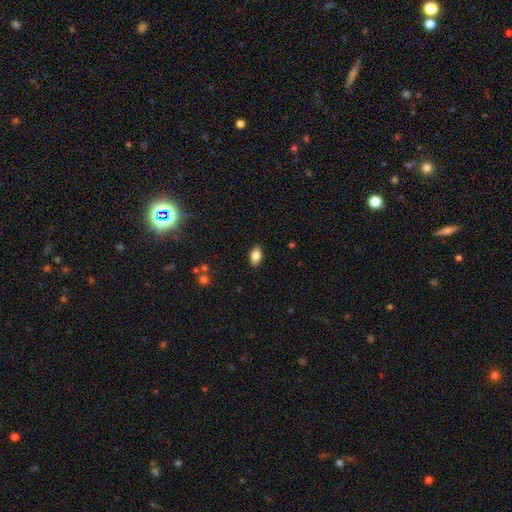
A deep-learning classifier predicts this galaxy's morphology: smooth-or-featured: smooth: 84% | star or artifact: 9% | featured or disk: 8%
  how-rounded: in between: 89% | round: 9% | cigar-shaped: 2%
  merging: none: 88% | minor disturbance: 9% | major disturbance: 2% | merger: 1%